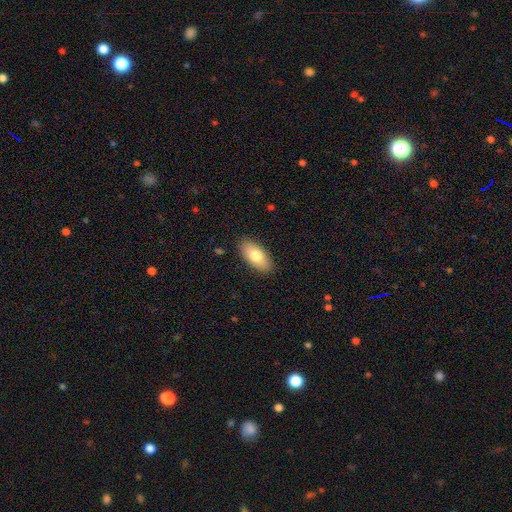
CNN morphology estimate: Q: Smooth or featured?
A: smooth (76%); runner-up: featured or disk (17%)
Q: How rounded?
A: in between (91%); runner-up: cigar-shaped (6%)
Q: Merging?
A: none (88%); runner-up: minor disturbance (9%)